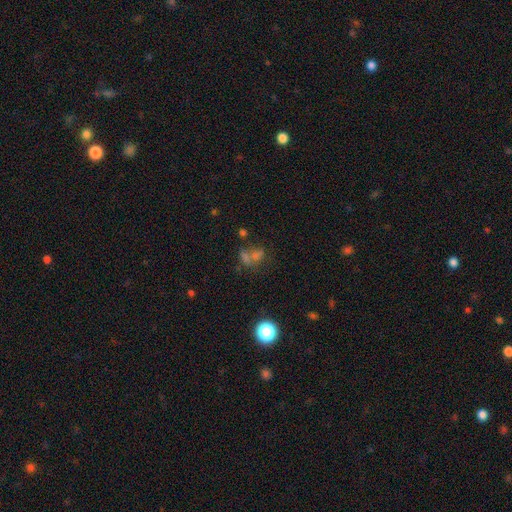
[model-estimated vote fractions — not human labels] This is possibly a smooth galaxy (46%). Merging: marginally merger (38%).